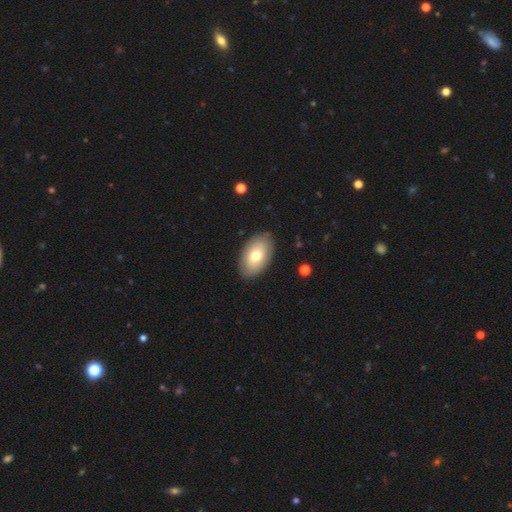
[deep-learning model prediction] A smooth galaxy with no disk features (72%) that is in between round and cigar-shaped (93%). Merging: none (87%).